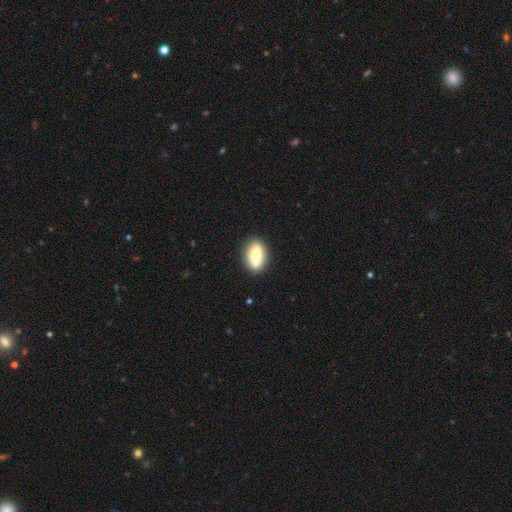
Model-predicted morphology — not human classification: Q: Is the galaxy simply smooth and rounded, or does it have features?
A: smooth — 76%.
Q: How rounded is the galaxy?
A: in between — 83%.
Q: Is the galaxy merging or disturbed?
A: none — 81%.